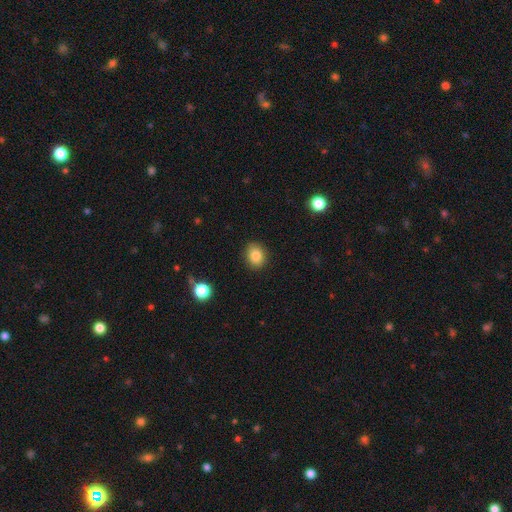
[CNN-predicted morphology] This is clearly a smooth galaxy (84%). How rounded: possibly round (56%). Merging: clearly none (88%).